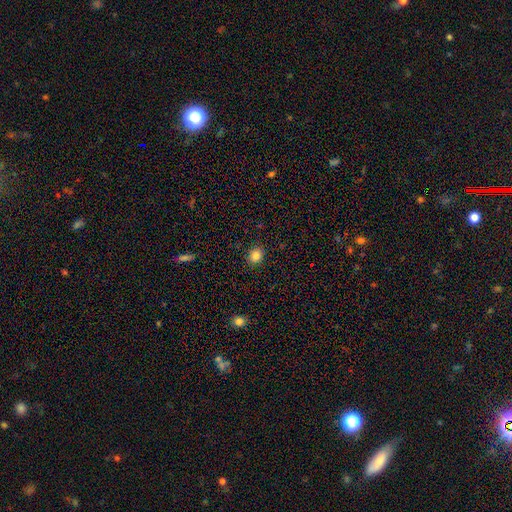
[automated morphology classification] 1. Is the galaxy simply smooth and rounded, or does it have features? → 84% smooth, 11% star or artifact, 5% featured or disk.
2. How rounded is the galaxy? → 69% round, 31% in between, 1% cigar-shaped.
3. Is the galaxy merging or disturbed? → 89% none, 8% minor disturbance, 2% major disturbance, 1% merger.